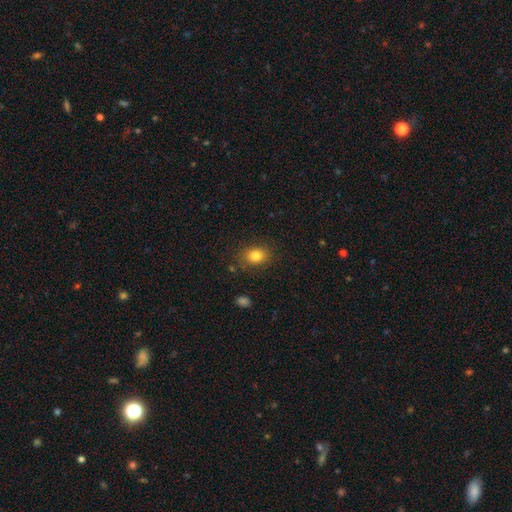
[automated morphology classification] type=smooth (83%); roundness=in between (63%); merging=none (83%).